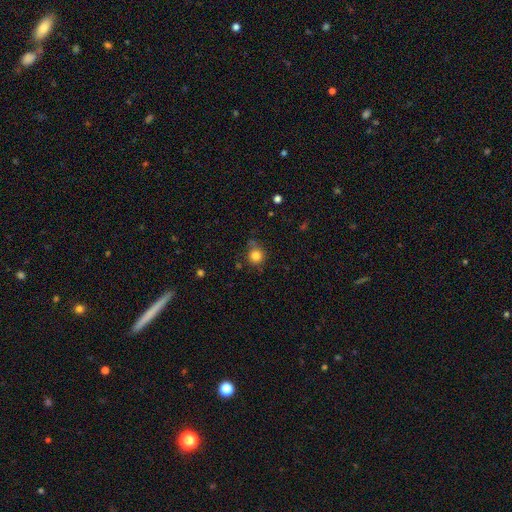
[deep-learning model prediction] Smooth or featured?
  - smooth: 82% *
  - star or artifact: 11%
  - featured or disk: 7%
How rounded?
  - round: 88% *
  - in between: 11%
  - cigar-shaped: 1%
Merging?
  - none: 67% *
  - minor disturbance: 22%
  - major disturbance: 7%
  - merger: 4%